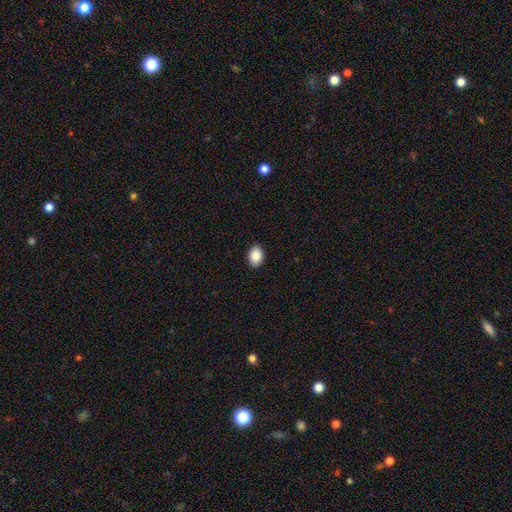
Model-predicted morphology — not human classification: smooth_or_featured: smooth (p=0.88) [alt: star or artifact p=0.08]
how_rounded: in between (p=0.77) [alt: round p=0.22]
merging: none (p=0.90) [alt: minor disturbance p=0.07]